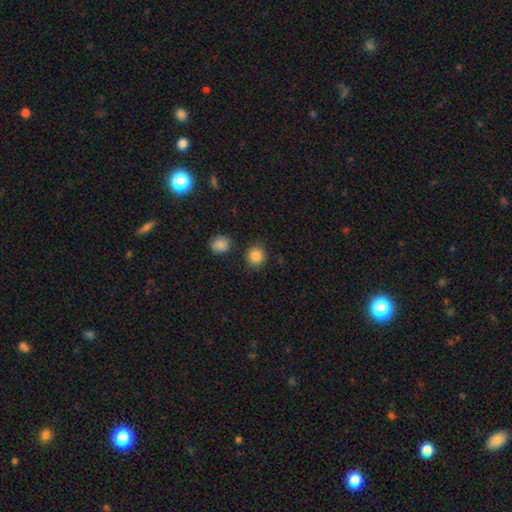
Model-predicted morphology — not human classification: Smooth or featured? Predicted: smooth (p=0.86). How rounded? Predicted: round (p=0.89). Merging? Predicted: none (p=0.87).